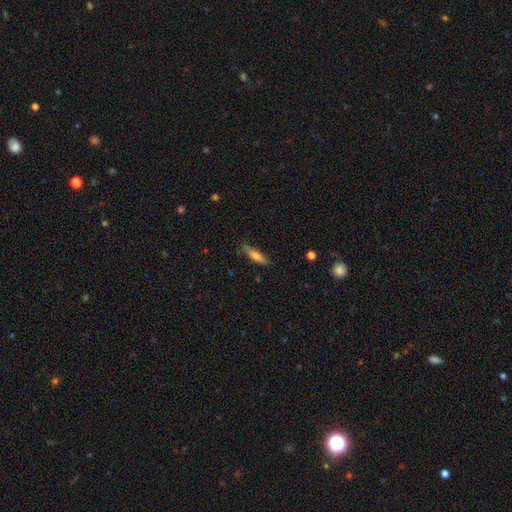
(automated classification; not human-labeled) Q: Smooth or featured?
A: smooth (67%); runner-up: featured or disk (26%)
Q: How rounded?
A: cigar-shaped (70%); runner-up: in between (29%)
Q: Merging?
A: none (80%); runner-up: minor disturbance (16%)